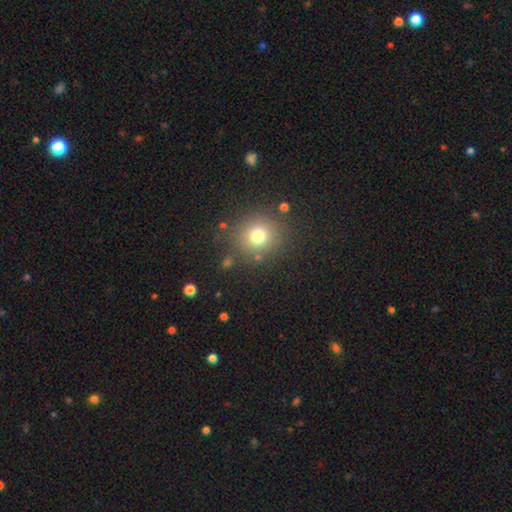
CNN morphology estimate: smooth 58%, star or artifact 35%, featured or disk 8%. Down the decision tree: how rounded — round (91%); merging — none (88%).